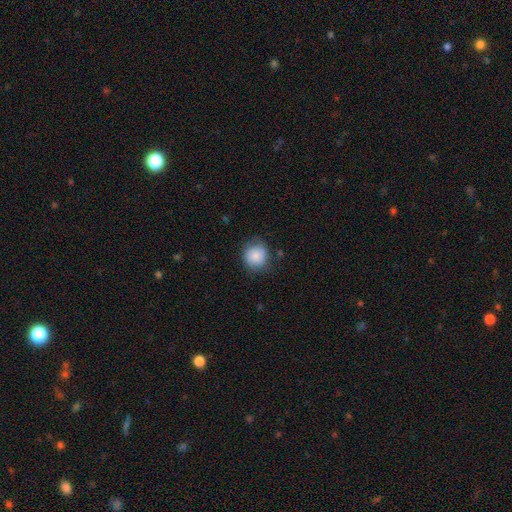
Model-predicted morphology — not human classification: smooth_or_featured: smooth (p=0.83) [alt: featured or disk p=0.09]
how_rounded: round (p=0.85) [alt: in between p=0.14]
merging: none (p=0.76) [alt: minor disturbance p=0.18]